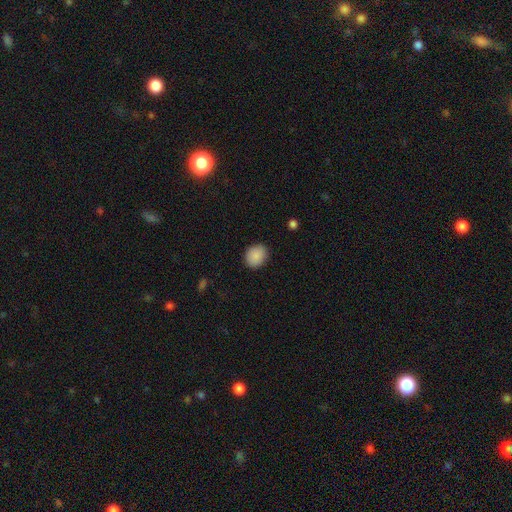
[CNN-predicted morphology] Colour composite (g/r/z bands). It shows a smooth galaxy with no disk features (89%) that is round (62%). Merging: none (88%).